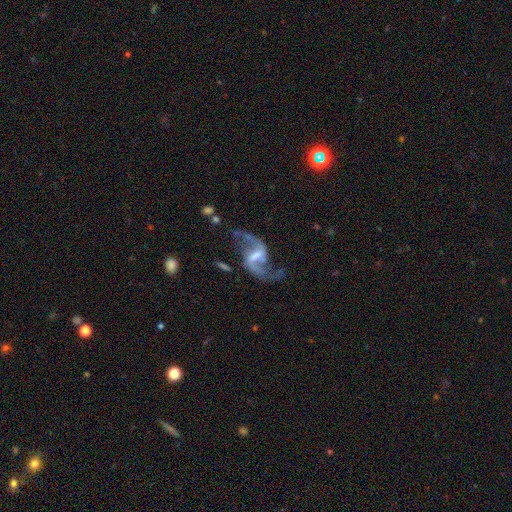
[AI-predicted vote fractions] smooth-or-featured: featured or disk: 91% | star or artifact: 5% | smooth: 4%
  disk-edge-on: no: 97% | yes: 3%
    bar: weak: 50% | strong: 38% | no: 12%
    has-spiral-arms: yes: 97% | no: 3%
      spiral-winding: loose: 70% | medium: 26% | tight: 5%
      spiral-arm-count: 2: 94% | 1: 2% | can't tell: 2% | 3: 1% | 4: 1% | more than 4: 1%
    bulge-size: small: 39% | moderate: 35% | none: 20% | large: 5% | dominant: 1%
  merging: none: 72% | minor disturbance: 15% | major disturbance: 10% | merger: 3%